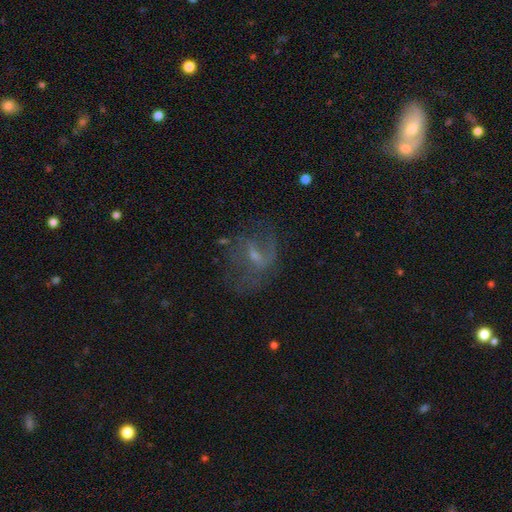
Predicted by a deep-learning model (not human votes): Smooth or featured?
  - featured or disk: 62% *
  - smooth: 24%
  - star or artifact: 13%
Edge-on disk?
  - no: 96% *
  - yes: 4%
Bar?
  - weak: 48% *
  - no: 38%
  - strong: 15%
Spiral arms?
  - yes: 60% *
  - no: 40%
Bulge size?
  - small: 58% *
  - moderate: 26%
  - none: 14%
  - large: 2%
  - dominant: 1%
Merging?
  - none: 46% *
  - major disturbance: 31%
  - minor disturbance: 20%
  - merger: 2%